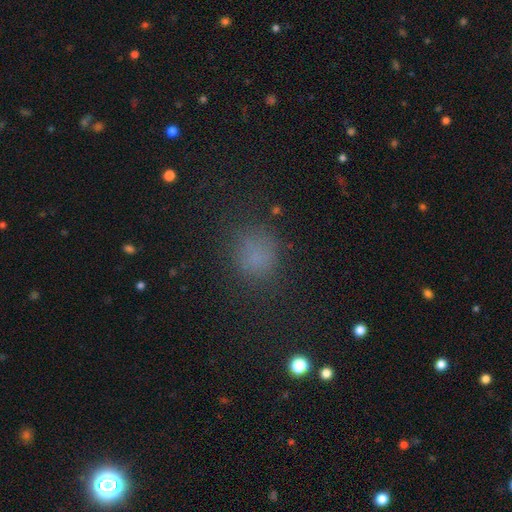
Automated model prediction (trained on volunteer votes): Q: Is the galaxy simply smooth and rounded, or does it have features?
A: smooth — 71%.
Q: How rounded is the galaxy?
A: round — 71%.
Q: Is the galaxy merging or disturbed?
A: none — 74%.